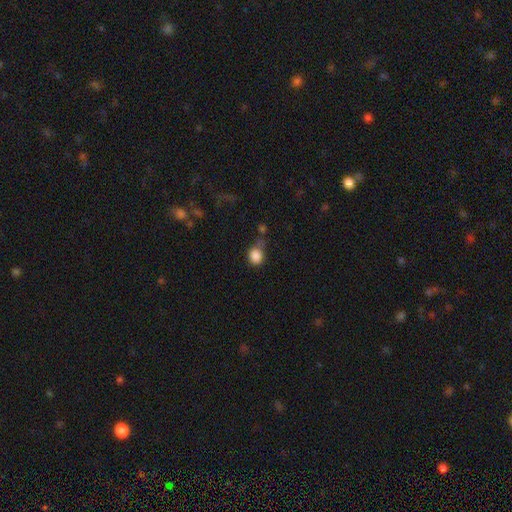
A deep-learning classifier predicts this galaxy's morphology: type=smooth (86%); roundness=round (72%); merging=none (49%).